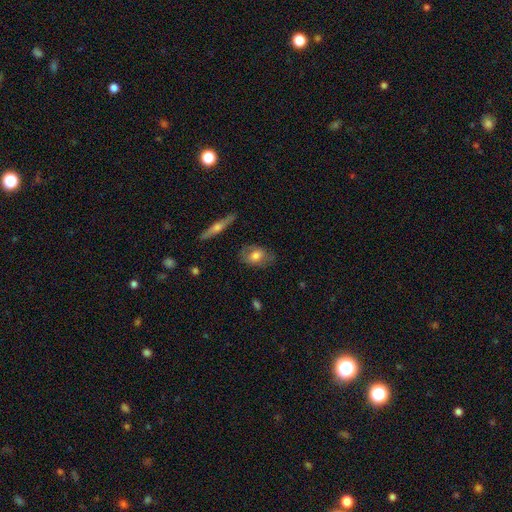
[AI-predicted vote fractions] Overall: smooth (61%; featured or disk 32%). How rounded: in between (79%). Merging: none (71%).